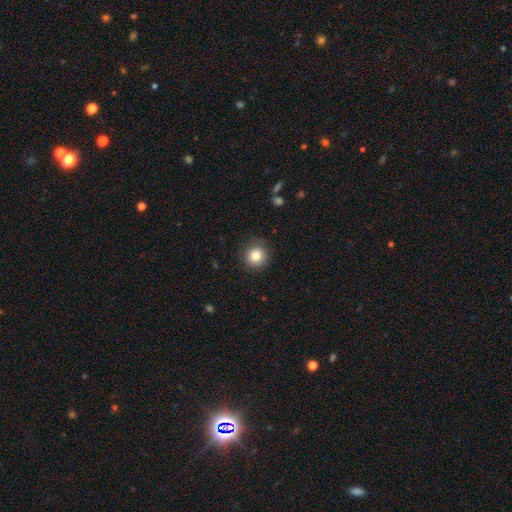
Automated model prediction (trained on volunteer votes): Overall: smooth (83%). How rounded: round (92%). Merging: none (87%).